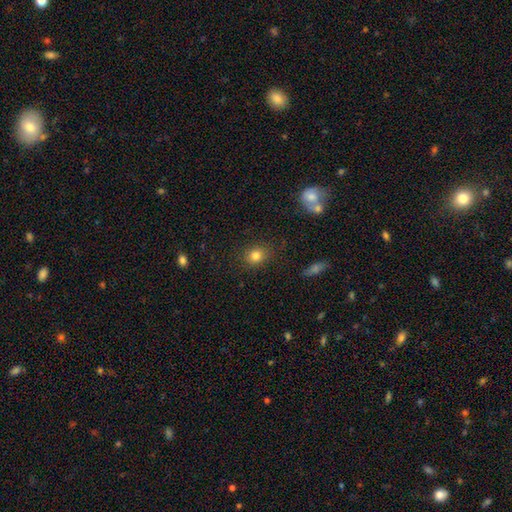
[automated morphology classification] This is clearly a smooth galaxy (82%). How rounded: likely round (65%). Merging: clearly none (84%).